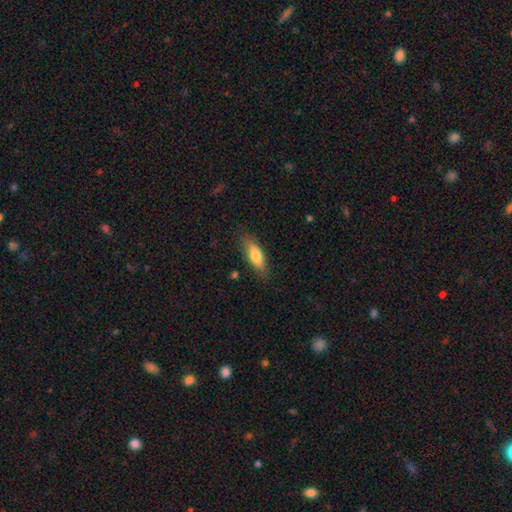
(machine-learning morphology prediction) type=smooth (74%); roundness=in between (66%); merging=none (80%).